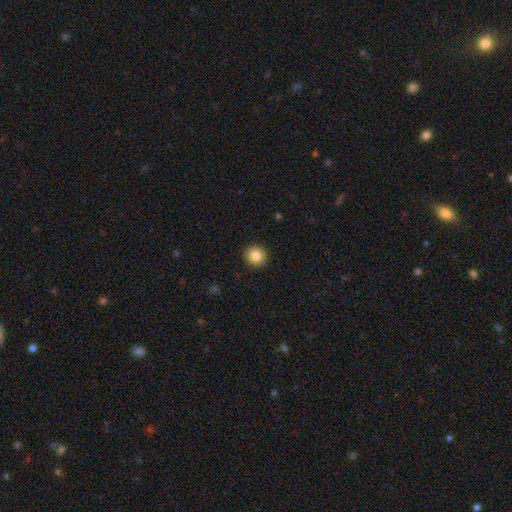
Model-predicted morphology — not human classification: A smooth galaxy with no disk features (84%) that is round (90%). Merging: none (92%).